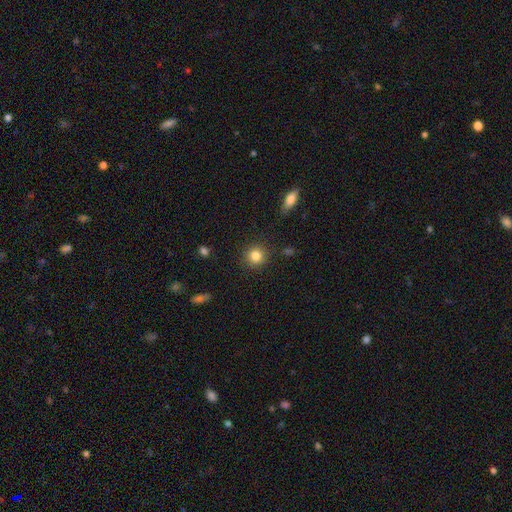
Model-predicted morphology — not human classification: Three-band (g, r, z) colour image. It shows a smooth galaxy with no disk features (83%) that is round (91%). Merging: none (89%).